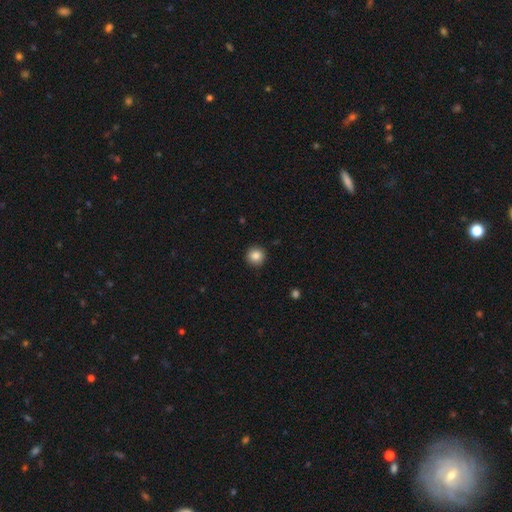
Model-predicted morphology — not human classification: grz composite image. It shows a smooth galaxy with no disk features (85%) that is round (95%). Merging: none (92%).